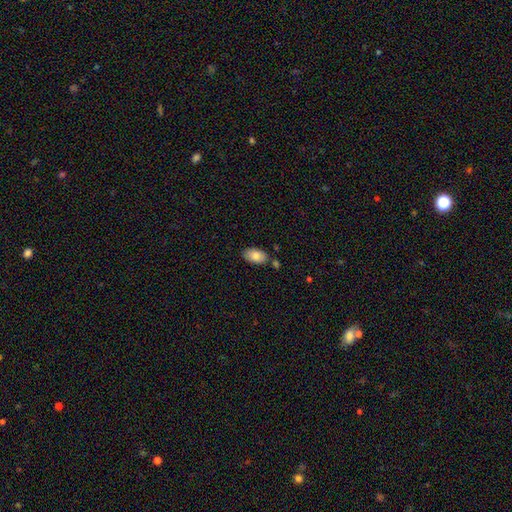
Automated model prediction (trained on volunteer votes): A smooth galaxy with no disk features (82%) that is in between round and cigar-shaped (94%).

Vote fractions:
- Smooth or featured? smooth: 82% / featured or disk: 12% / star or artifact: 7%
- How rounded? in between: 94% / round: 5% / cigar-shaped: 2%
- Merging? none: 77% / minor disturbance: 13% / merger: 7% / major disturbance: 3%